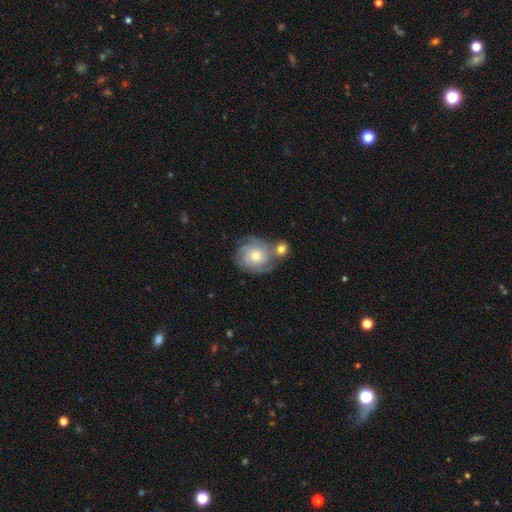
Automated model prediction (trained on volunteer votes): Smooth or featured: featured or disk — 68% (smooth — 24%)
Edge-on disk: no — 97% (yes — 3%)
Bar: no — 78% (weak — 19%)
Spiral arms: yes — 91% (no — 9%)
Spiral winding: tight — 66% (medium — 27%)
Spiral arm count: can't tell — 34% (3 — 27%)
Bulge size: moderate — 65% (small — 25%)
Merging: none — 50% (merger — 28%)